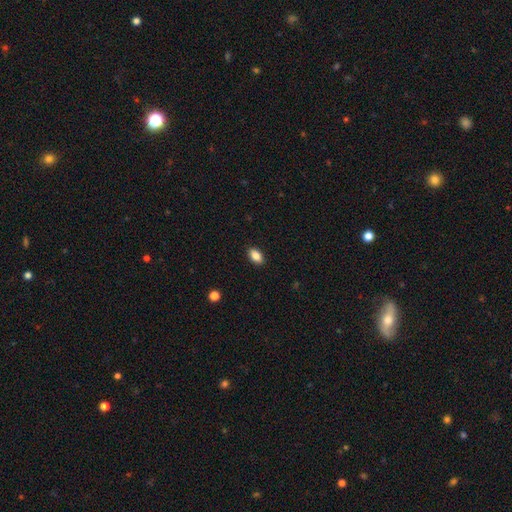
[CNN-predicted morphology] Smooth or featured?
  - smooth: 86% *
  - star or artifact: 8%
  - featured or disk: 5%
How rounded?
  - in between: 90% *
  - round: 8%
  - cigar-shaped: 2%
Merging?
  - none: 90% *
  - minor disturbance: 7%
  - major disturbance: 2%
  - merger: 1%